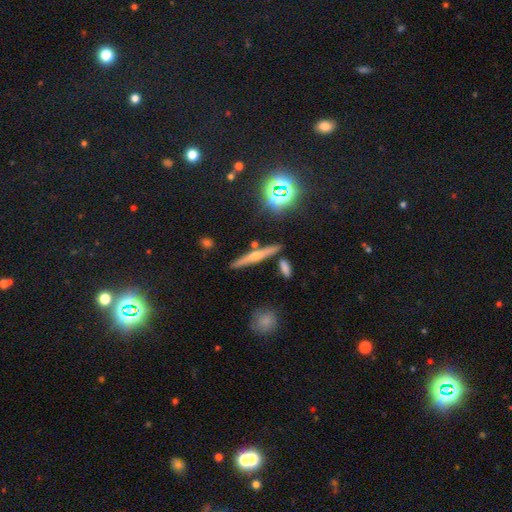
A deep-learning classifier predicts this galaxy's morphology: This appears to be a featured or disk galaxy (60%) viewed edge-on (95%) with a rounded central bulge (88%). Merging: none (85%).